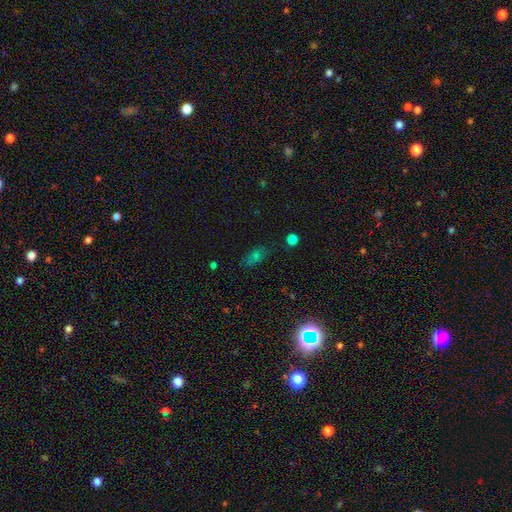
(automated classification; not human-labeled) Smooth or featured?
  - smooth: 52% *
  - star or artifact: 30%
  - featured or disk: 18%
How rounded?
  - in between: 74% *
  - round: 13%
  - cigar-shaped: 13%
Merging?
  - none: 75% *
  - minor disturbance: 17%
  - major disturbance: 6%
  - merger: 3%